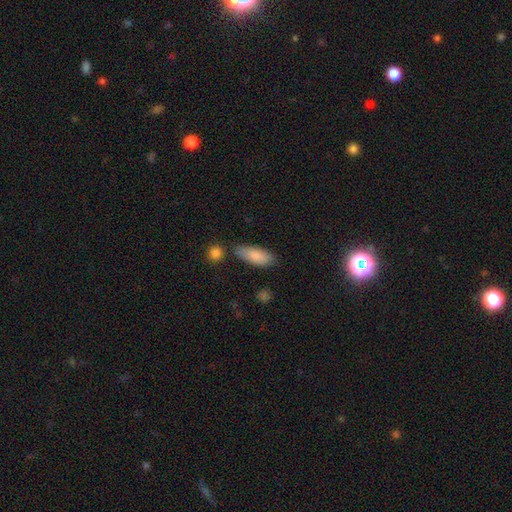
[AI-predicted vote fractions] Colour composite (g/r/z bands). It shows a smooth galaxy with no disk features (85%) that is in between round and cigar-shaped (74%). Merging: none (73%).